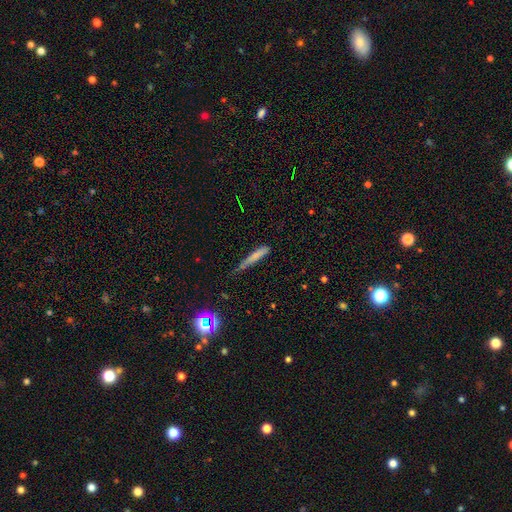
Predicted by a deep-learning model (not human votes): Smooth or featured? Predicted: smooth (p=0.69). How rounded? Predicted: cigar-shaped (p=0.93). Merging? Predicted: none (p=0.54).